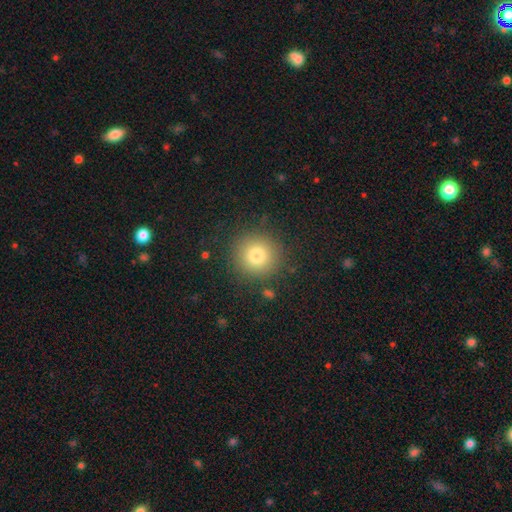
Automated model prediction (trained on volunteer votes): Morphology: type=smooth (79%); roundness=round (94%); merging=none (89%).